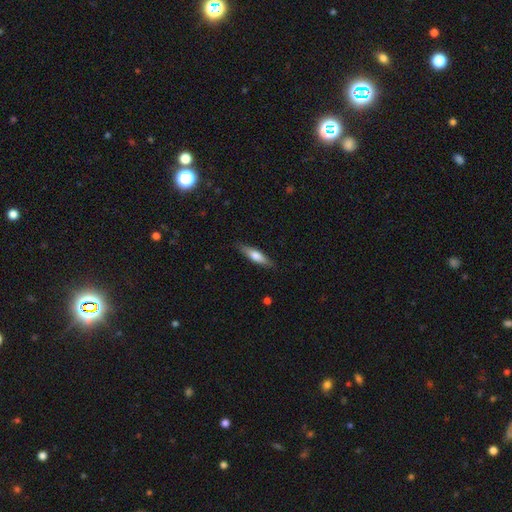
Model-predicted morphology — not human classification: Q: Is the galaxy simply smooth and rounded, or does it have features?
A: smooth — 62%.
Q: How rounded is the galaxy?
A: cigar-shaped — 68%.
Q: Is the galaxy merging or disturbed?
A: none — 86%.